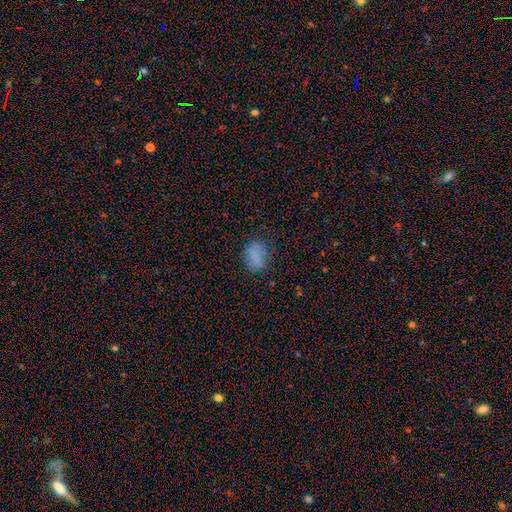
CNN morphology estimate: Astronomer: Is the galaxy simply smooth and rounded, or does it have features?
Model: smooth — 75%.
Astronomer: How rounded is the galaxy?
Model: in between — 72%.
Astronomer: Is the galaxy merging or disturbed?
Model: none — 76%.